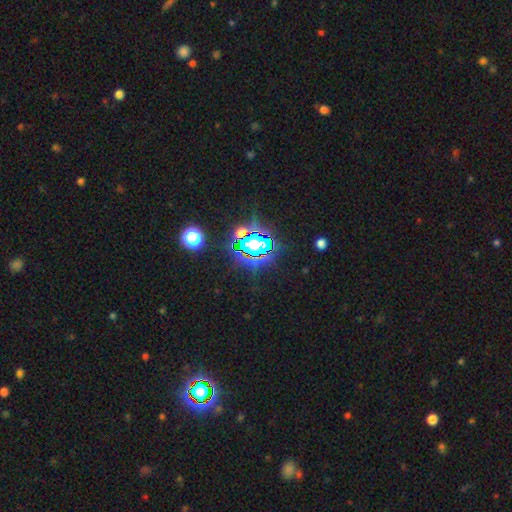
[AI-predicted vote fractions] Smooth or featured? Predicted: star or artifact (p=0.81).